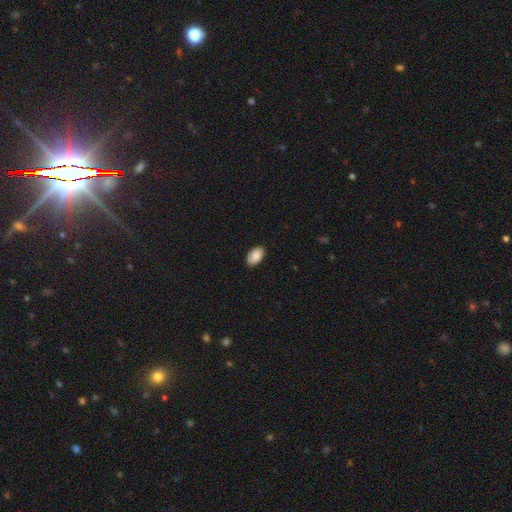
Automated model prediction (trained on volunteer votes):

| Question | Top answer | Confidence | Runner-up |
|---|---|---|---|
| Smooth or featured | smooth | 89% | star or artifact (6%) |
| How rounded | in between | 94% | round (4%) |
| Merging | none | 87% | minor disturbance (10%) |